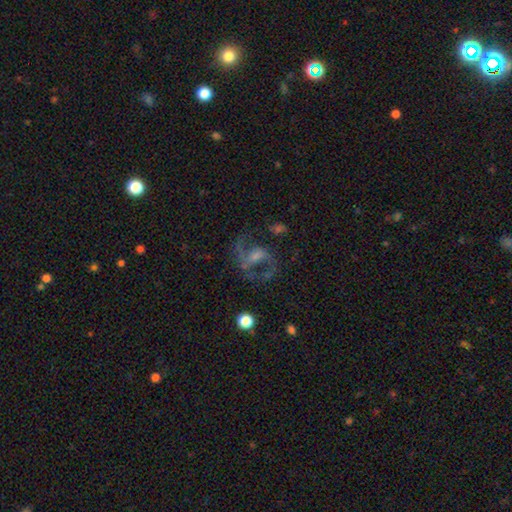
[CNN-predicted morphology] Smooth or featured? featured or disk (80%)
Edge-on disk? no (97%)
Bar? weak (47%)
Spiral arms? yes (91%)
Spiral winding? medium (53%)
Spiral arm count? 2 (87%)
Bulge size? small (38%)
Merging? none (64%)